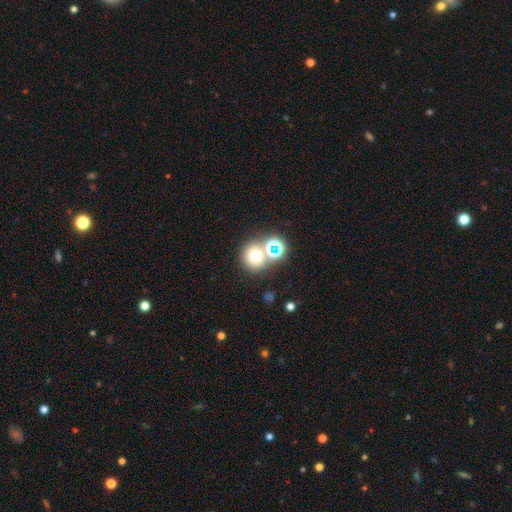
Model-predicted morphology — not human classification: Smooth or featured? Predicted: smooth (p=0.65). How rounded? Predicted: round (p=0.82). Merging? Predicted: none (p=0.60).